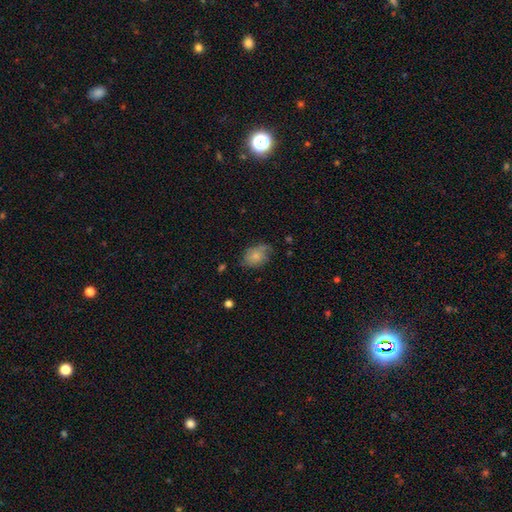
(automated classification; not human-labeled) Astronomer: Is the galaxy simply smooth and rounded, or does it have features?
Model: smooth — 71%.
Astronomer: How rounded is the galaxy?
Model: in between — 69%.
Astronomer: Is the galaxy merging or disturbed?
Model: none — 55% (runner-up: minor disturbance, 31%).